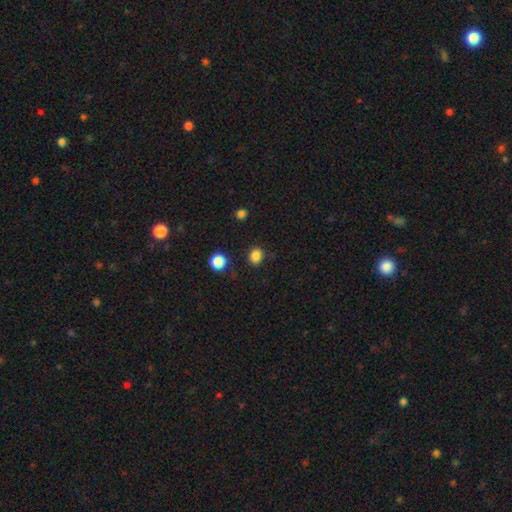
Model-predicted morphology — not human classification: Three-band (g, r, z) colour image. It shows a smooth galaxy with no disk features (85%) that is round (66%). Merging: none (85%).